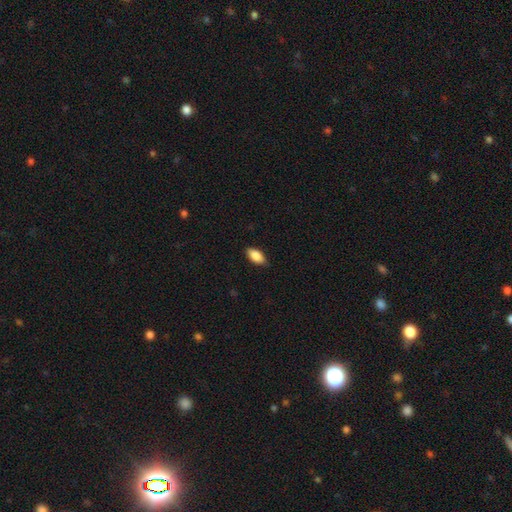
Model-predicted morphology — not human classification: smooth-or-featured: smooth: 87% | featured or disk: 7% | star or artifact: 7%
  how-rounded: in between: 91% | cigar-shaped: 6% | round: 3%
  merging: none: 84% | minor disturbance: 13% | major disturbance: 2% | merger: 1%